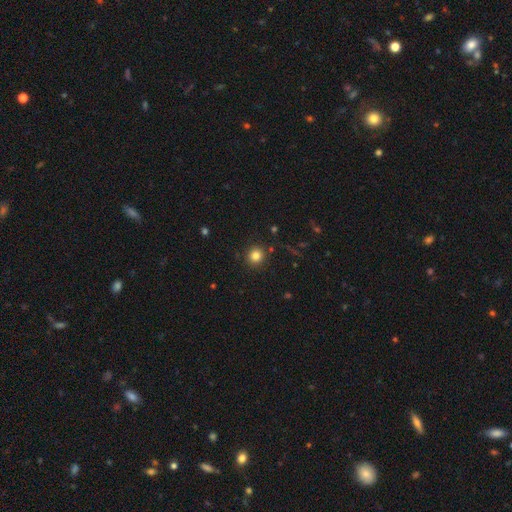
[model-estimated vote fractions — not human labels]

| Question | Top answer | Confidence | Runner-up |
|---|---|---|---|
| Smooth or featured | smooth | 82% | star or artifact (12%) |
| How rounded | round | 92% | in between (7%) |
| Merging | none | 89% | minor disturbance (6%) |